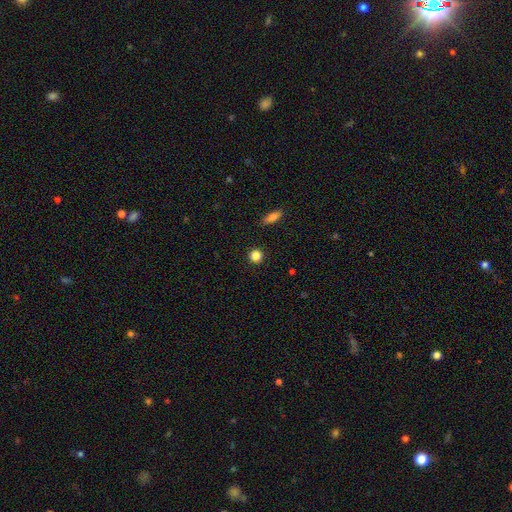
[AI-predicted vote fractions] Q: Smooth or featured?
A: smooth (85%); runner-up: star or artifact (10%)
Q: How rounded?
A: round (93%); runner-up: in between (6%)
Q: Merging?
A: none (92%); runner-up: minor disturbance (5%)